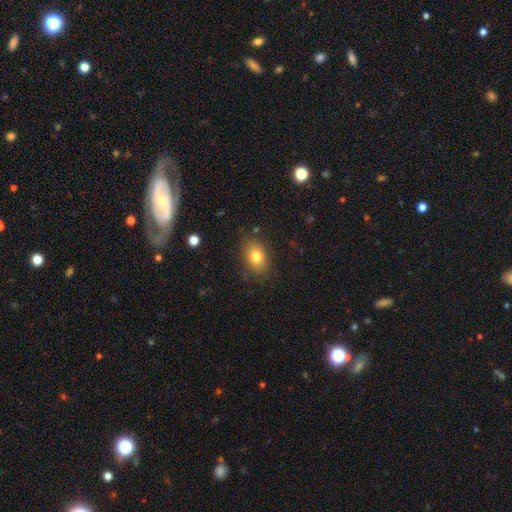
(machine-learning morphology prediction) Q: Smooth or featured?
A: smooth (78%); runner-up: featured or disk (11%)
Q: How rounded?
A: in between (80%); runner-up: round (18%)
Q: Merging?
A: none (84%); runner-up: minor disturbance (11%)